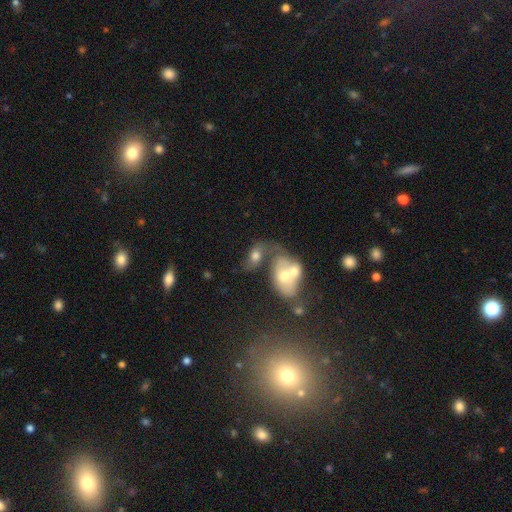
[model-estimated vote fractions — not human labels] Smooth or featured: smooth — 53% (featured or disk — 35%)
How rounded: in between — 83% (round — 15%)
Merging: merger — 60% (none — 18%)